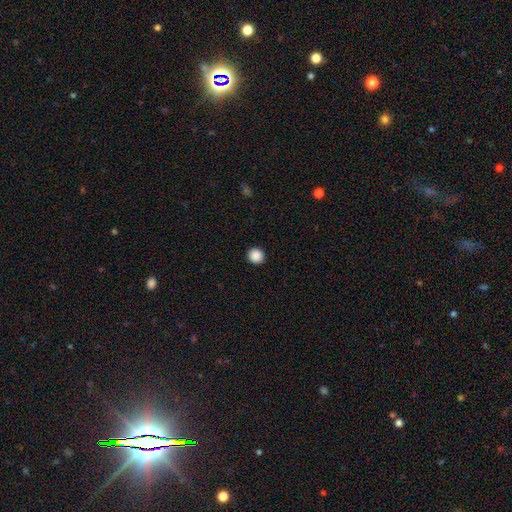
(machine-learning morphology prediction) type=smooth (88%); roundness=round (95%); merging=none (94%).